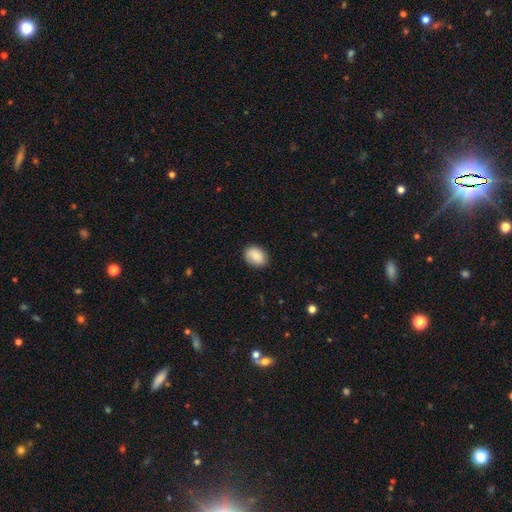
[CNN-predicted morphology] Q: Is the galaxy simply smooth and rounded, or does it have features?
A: smooth — 82%.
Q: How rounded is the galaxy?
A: in between — 71%.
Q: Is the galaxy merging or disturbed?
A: none — 86%.